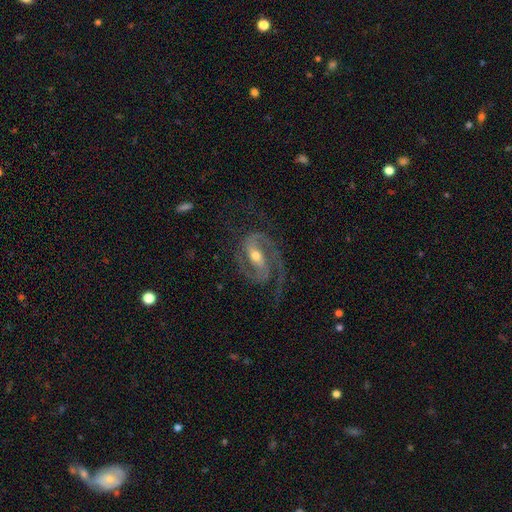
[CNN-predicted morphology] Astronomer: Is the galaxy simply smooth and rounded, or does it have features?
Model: featured or disk — 91%.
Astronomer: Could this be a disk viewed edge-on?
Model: no — 97%.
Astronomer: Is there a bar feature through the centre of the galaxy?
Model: strong — 46% (runner-up: weak, 37%).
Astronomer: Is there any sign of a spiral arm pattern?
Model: yes — 98%.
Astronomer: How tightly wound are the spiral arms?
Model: medium — 54% (runner-up: tight, 31%).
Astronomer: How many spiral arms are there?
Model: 2 — 84%.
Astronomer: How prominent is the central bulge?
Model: moderate — 58% (runner-up: small, 37%).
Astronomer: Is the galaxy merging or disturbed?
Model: none — 70%.